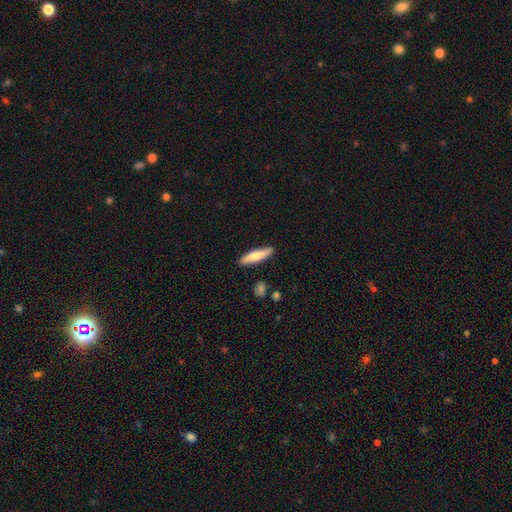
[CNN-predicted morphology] Smooth or featured?
  - smooth: 75% *
  - featured or disk: 19%
  - star or artifact: 6%
How rounded?
  - cigar-shaped: 74% *
  - in between: 24%
  - round: 2%
Merging?
  - none: 87% *
  - minor disturbance: 10%
  - merger: 2%
  - major disturbance: 2%